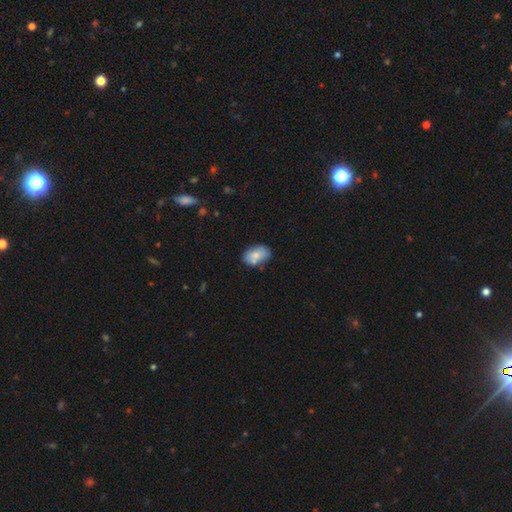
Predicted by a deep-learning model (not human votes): This appears to be a smooth galaxy with no disk features (77%) that is in between round and cigar-shaped (87%). Merging: none (67%).